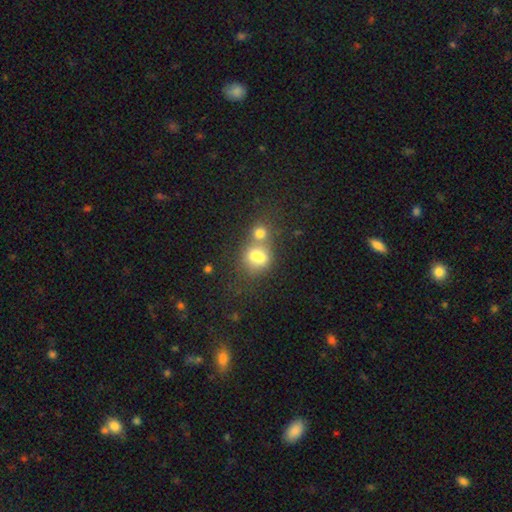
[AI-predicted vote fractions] smooth 71%, featured or disk 17%, star or artifact 12%. Down the decision tree: how rounded — in between (50%); merging — merger (55%).